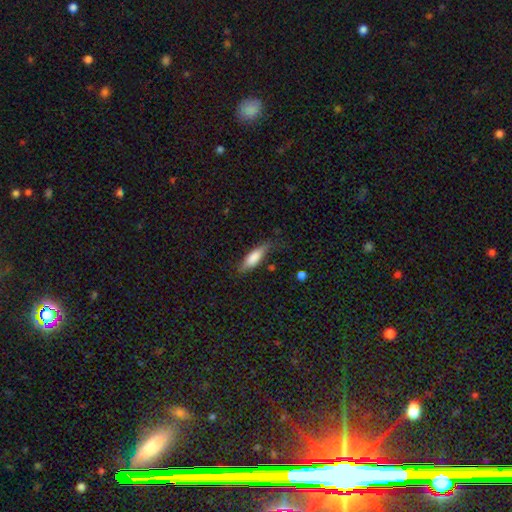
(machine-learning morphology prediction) The model was most divided on "how rounded": in between: 53%, cigar-shaped: 45%, round: 2%. More confident: smooth or featured — smooth (78%); merging — none (70%).